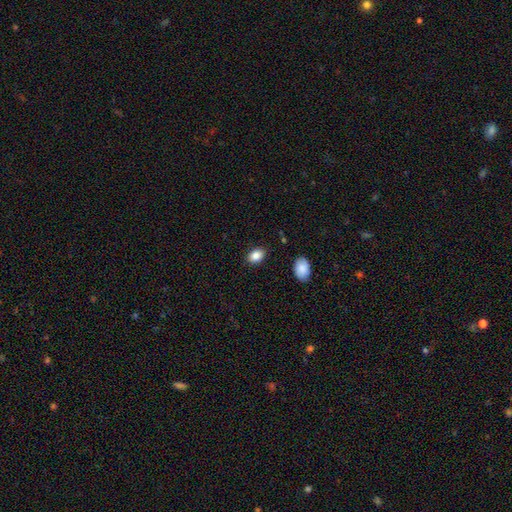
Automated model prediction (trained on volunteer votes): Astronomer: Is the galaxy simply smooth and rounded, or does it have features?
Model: smooth — 86%.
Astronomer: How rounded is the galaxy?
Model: in between — 80%.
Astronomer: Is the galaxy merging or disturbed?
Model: none — 86%.